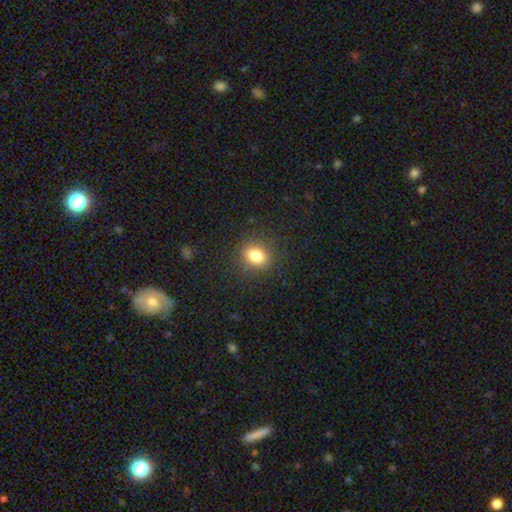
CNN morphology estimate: A smooth galaxy with no disk features (82%) that is round (53%). Merging: none (87%).